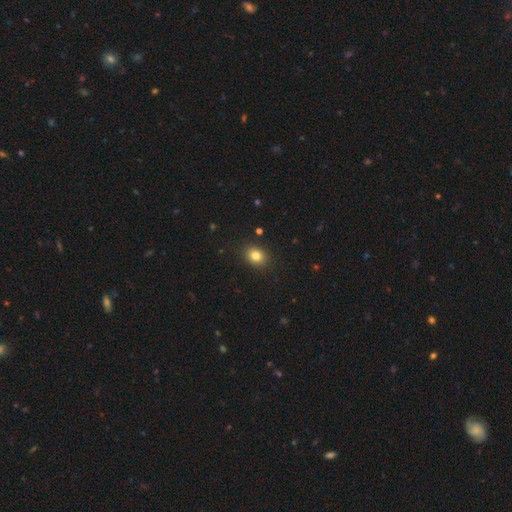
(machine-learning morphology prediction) The model was most divided on "how rounded": round: 51%, in between: 48%, cigar-shaped: 1%. More confident: merging — none (89%); smooth or featured — smooth (81%).